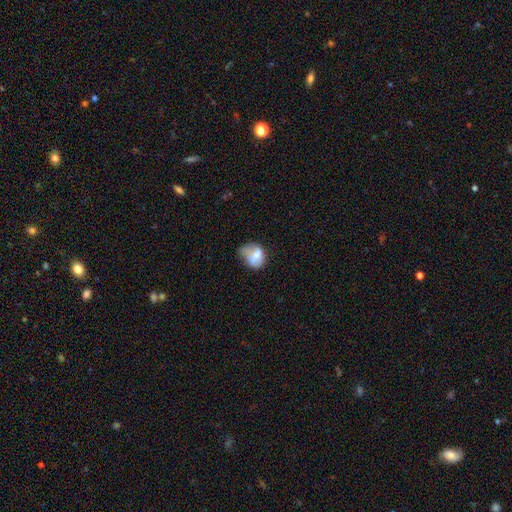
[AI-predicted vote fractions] Smooth or featured: smooth — 65% (featured or disk — 26%)
How rounded: in between — 61% (round — 38%)
Merging: minor disturbance — 36% (none — 27%)